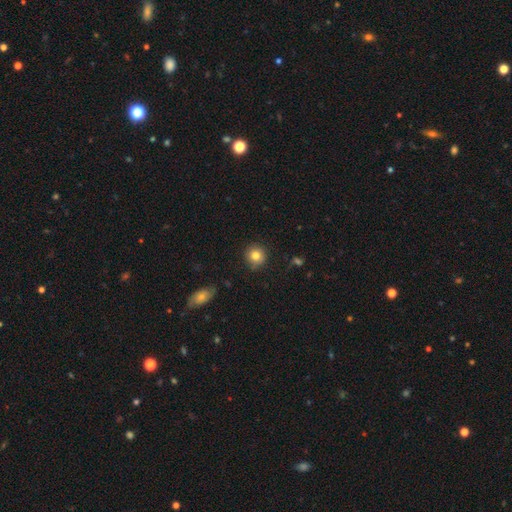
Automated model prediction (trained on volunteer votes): smooth_or_featured: smooth (p=0.82) [alt: star or artifact p=0.10]
how_rounded: round (p=0.92) [alt: in between p=0.07]
merging: none (p=0.86) [alt: minor disturbance p=0.10]